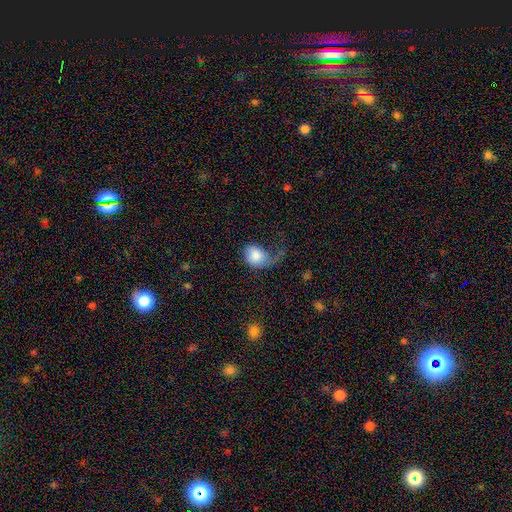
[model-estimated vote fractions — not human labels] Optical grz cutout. It shows a smooth galaxy with no disk features (76%) that is in between round and cigar-shaped (52%). Merging: major disturbance (46%).